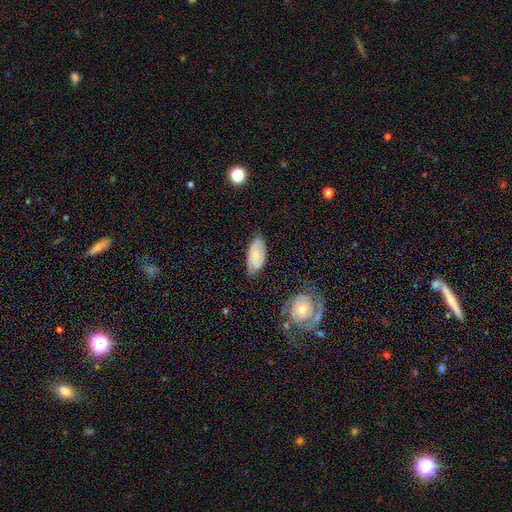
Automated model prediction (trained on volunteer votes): Smooth or featured: smooth — 65% (featured or disk — 28%)
How rounded: in between — 92% (cigar-shaped — 5%)
Merging: none — 69% (minor disturbance — 24%)